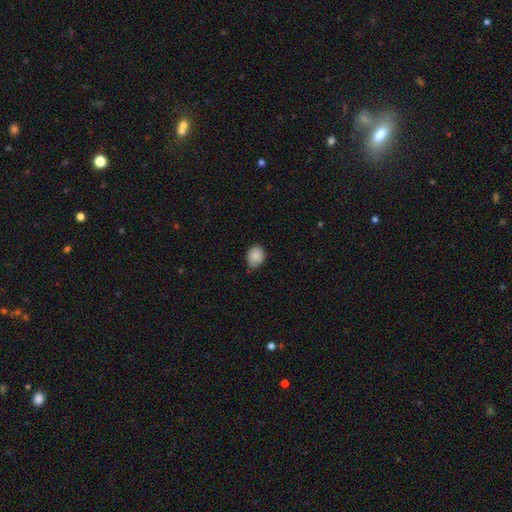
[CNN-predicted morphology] A smooth galaxy with no disk features (86%) that is round (55%).

Vote fractions:
- Smooth or featured? smooth: 86% / star or artifact: 8% / featured or disk: 6%
- How rounded? round: 55% / in between: 45% / cigar-shaped: 1%
- Merging? none: 66% / minor disturbance: 28% / major disturbance: 3% / merger: 2%